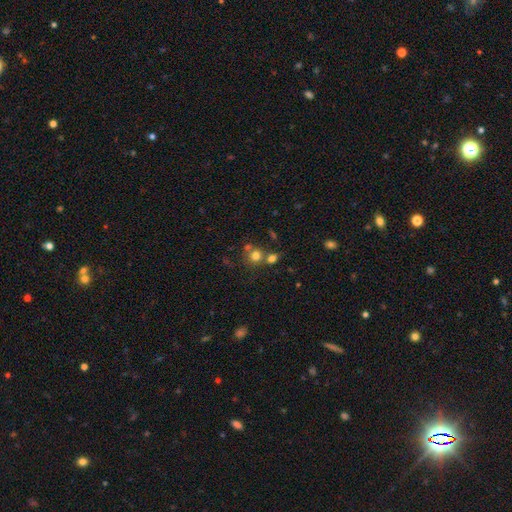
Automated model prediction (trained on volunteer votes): Smooth or featured? smooth (74%)
How rounded? round (86%)
Merging? none (57%)